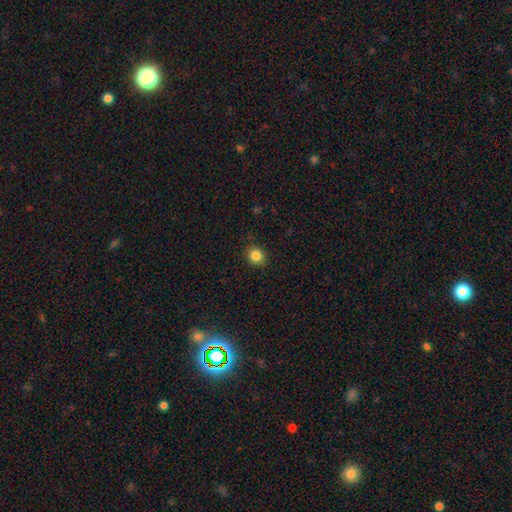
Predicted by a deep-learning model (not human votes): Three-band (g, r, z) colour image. It shows a smooth galaxy with no disk features (84%) that is round (85%). Merging: none (90%).